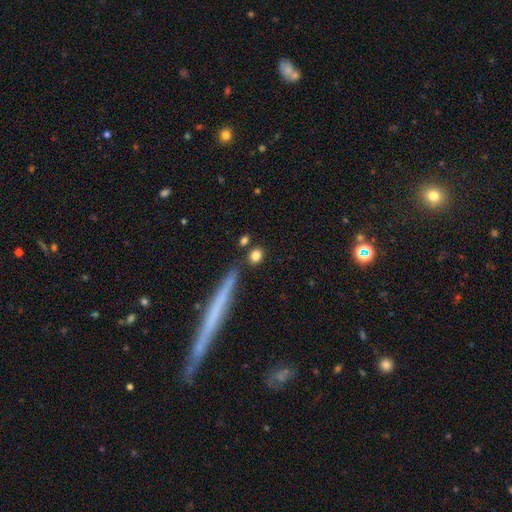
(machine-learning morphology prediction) smooth 82%, star or artifact 9%, featured or disk 9%. Down the decision tree: how rounded — round (66%); merging — none (79%).